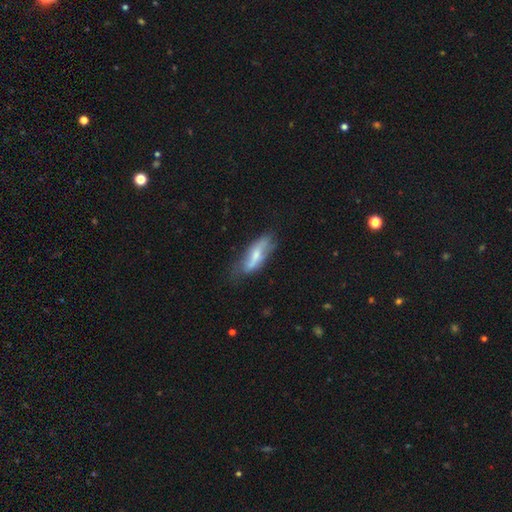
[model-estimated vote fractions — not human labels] Smooth or featured? featured or disk (55%)
Edge-on disk? no (69%)
Merging? none (59%)